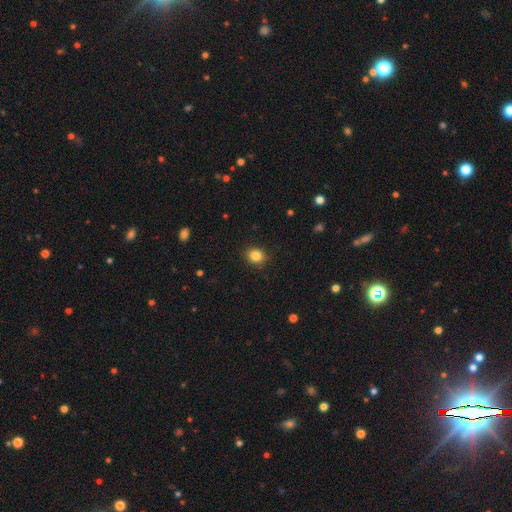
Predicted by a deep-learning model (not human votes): Smooth or featured: smooth — 85% (star or artifact — 10%)
How rounded: round — 69% (in between — 30%)
Merging: none — 89% (minor disturbance — 8%)